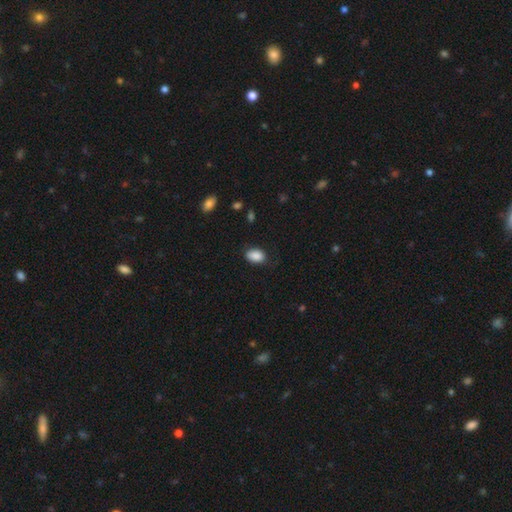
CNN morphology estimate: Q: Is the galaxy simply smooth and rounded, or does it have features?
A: smooth — 88%.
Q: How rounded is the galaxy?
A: in between — 85%.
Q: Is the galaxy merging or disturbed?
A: none — 78%.